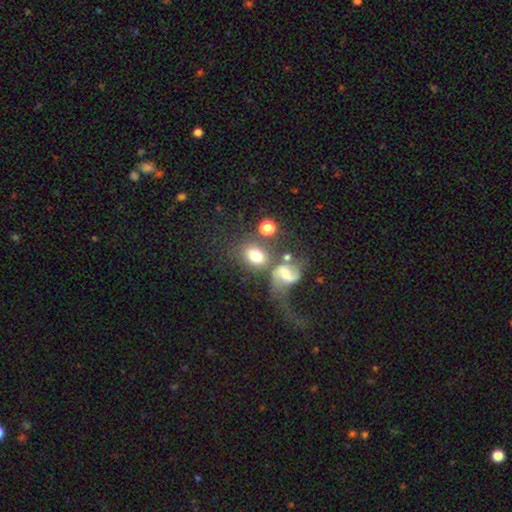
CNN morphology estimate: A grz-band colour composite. It shows a smooth galaxy with no disk features (68%) that is in between round and cigar-shaped (61%). Merging: none (43%).